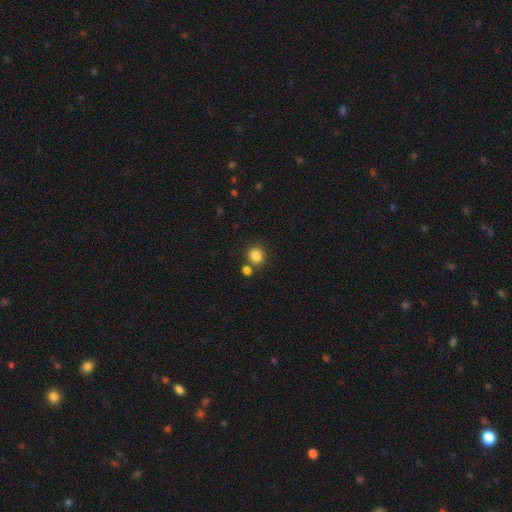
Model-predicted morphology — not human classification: Smooth or featured? smooth (84%)
How rounded? round (87%)
Merging? none (74%)